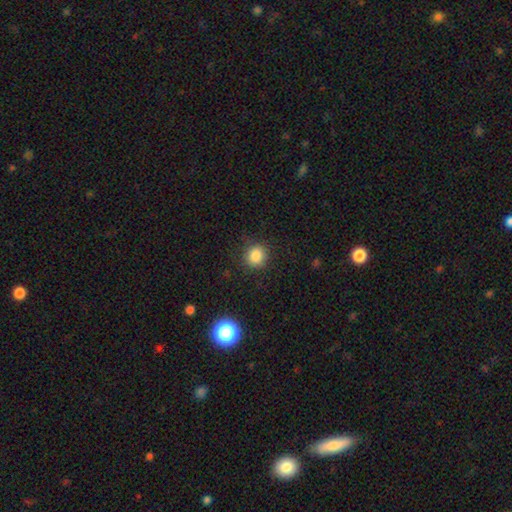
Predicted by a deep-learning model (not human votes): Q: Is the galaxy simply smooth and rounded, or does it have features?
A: smooth — 83%.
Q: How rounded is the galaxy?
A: round — 86%.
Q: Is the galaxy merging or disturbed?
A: none — 87%.